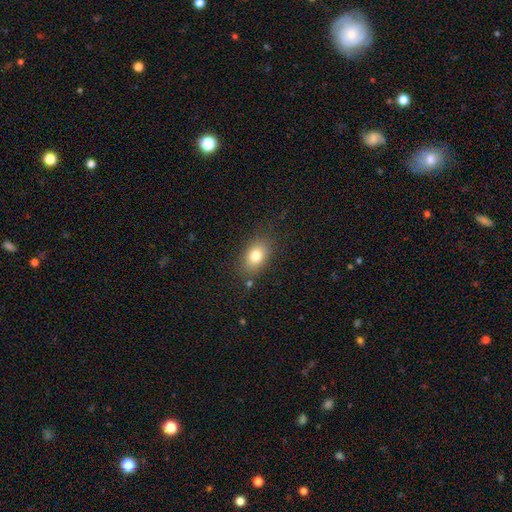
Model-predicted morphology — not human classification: The model was most divided on "how rounded": in between: 79%, round: 19%, cigar-shaped: 2%. More confident: merging — none (82%); smooth or featured — smooth (79%).